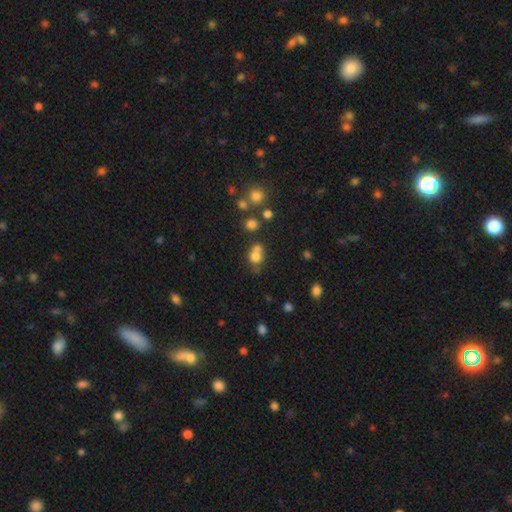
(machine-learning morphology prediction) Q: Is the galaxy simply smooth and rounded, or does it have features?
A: smooth — 72%.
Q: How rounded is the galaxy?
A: round — 66%.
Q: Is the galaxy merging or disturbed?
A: merger — 43%.